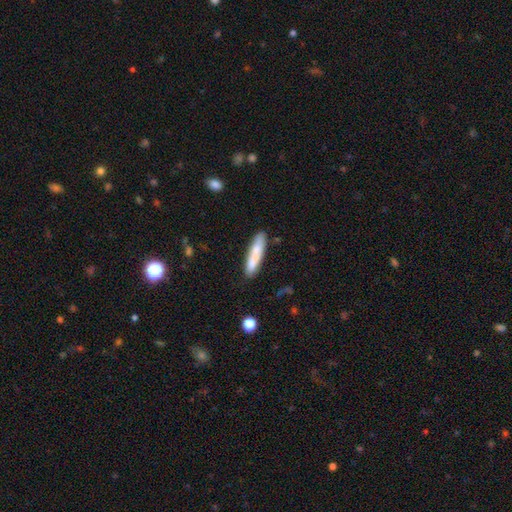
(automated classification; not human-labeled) A smooth galaxy with no disk features (76%) that is cigar-shaped (83%).

Vote fractions:
- Smooth or featured? smooth: 76% / featured or disk: 18% / star or artifact: 6%
- How rounded? cigar-shaped: 83% / in between: 16% / round: 1%
- Merging? none: 80% / minor disturbance: 14% / merger: 4% / major disturbance: 3%